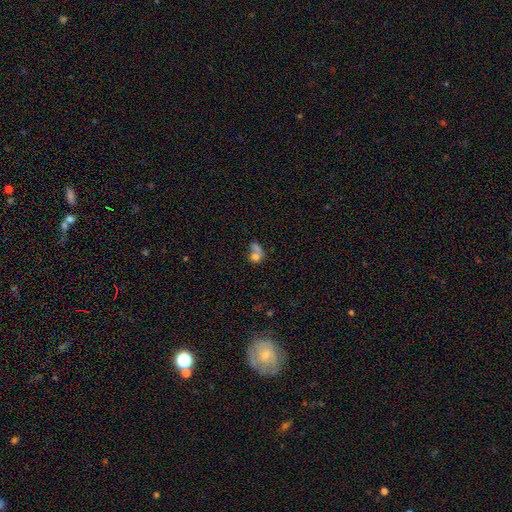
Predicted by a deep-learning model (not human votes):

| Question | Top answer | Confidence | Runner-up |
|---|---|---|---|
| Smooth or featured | smooth | 69% | featured or disk (19%) |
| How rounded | round | 51% | in between (47%) |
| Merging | merger | 49% | none (22%) |